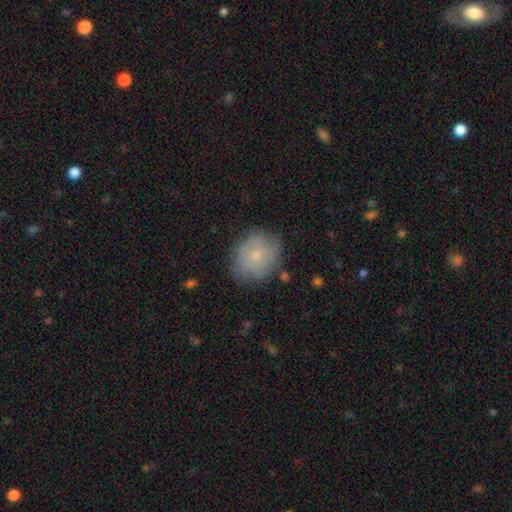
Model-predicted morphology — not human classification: This appears to be a smooth galaxy with no disk features (65%) that is round (65%). Merging: none (74%).